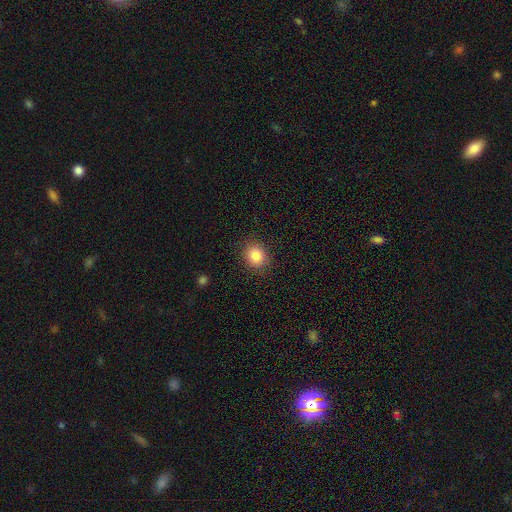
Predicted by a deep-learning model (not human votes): A smooth galaxy with no disk features (84%) that is round (75%).

Vote fractions:
- Smooth or featured? smooth: 84% / star or artifact: 10% / featured or disk: 6%
- How rounded? round: 75% / in between: 24% / cigar-shaped: 1%
- Merging? none: 89% / minor disturbance: 8% / major disturbance: 2% / merger: 1%